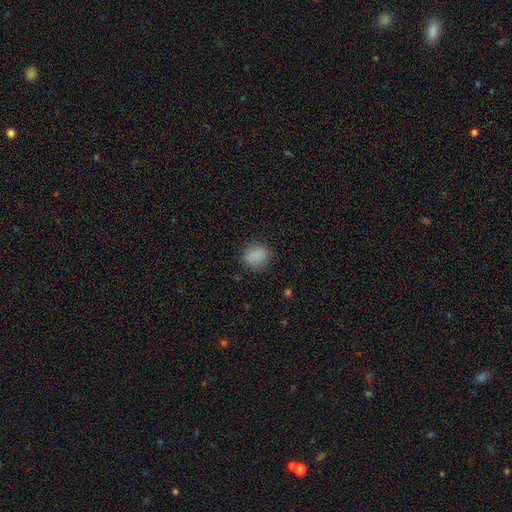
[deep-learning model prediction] This is clearly a smooth galaxy (86%). How rounded: likely round (60%). Merging: clearly none (83%).